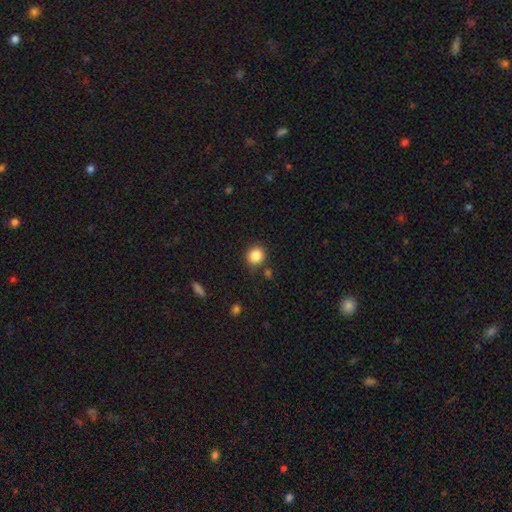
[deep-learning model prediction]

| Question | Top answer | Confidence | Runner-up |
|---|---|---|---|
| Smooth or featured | smooth | 86% | star or artifact (10%) |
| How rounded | round | 88% | in between (11%) |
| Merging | none | 83% | minor disturbance (9%) |